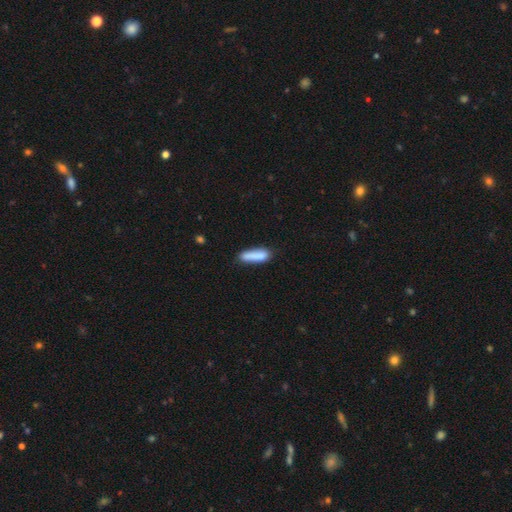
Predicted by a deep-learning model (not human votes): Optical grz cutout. It shows a smooth galaxy with no disk features (83%) that is cigar-shaped (69%). Merging: none (68%).